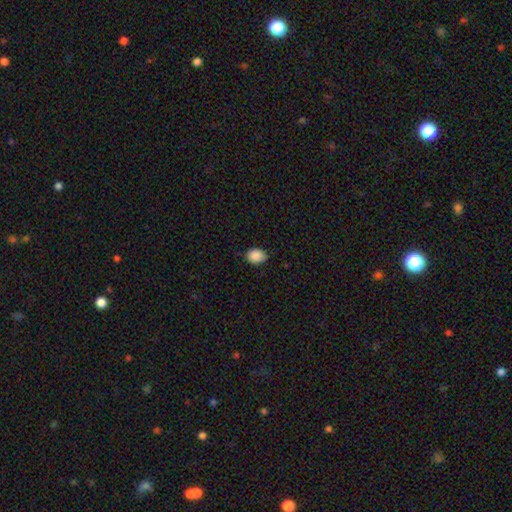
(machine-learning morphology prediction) Smooth or featured? Predicted: smooth (p=0.89). How rounded? Predicted: in between (p=0.68). Merging? Predicted: none (p=0.82).